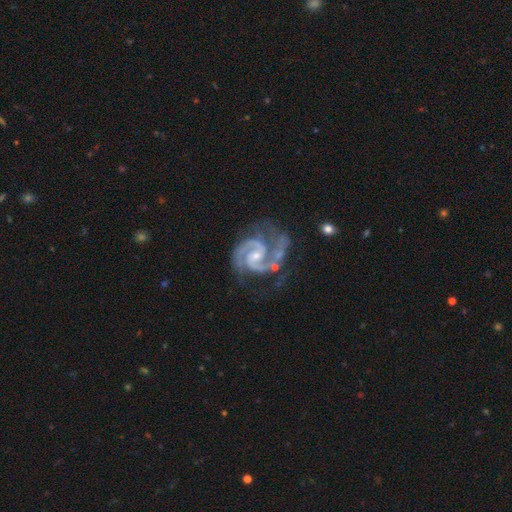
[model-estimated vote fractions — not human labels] featured or disk 94%, star or artifact 4%, smooth 2%. Down the decision tree: edge-on disk — no (98%); bar — no (49%); spiral arms — yes (99%); spiral arm count — 2 (87%); spiral winding — medium (52%); bulge size — small (62%); merging — none (55%).